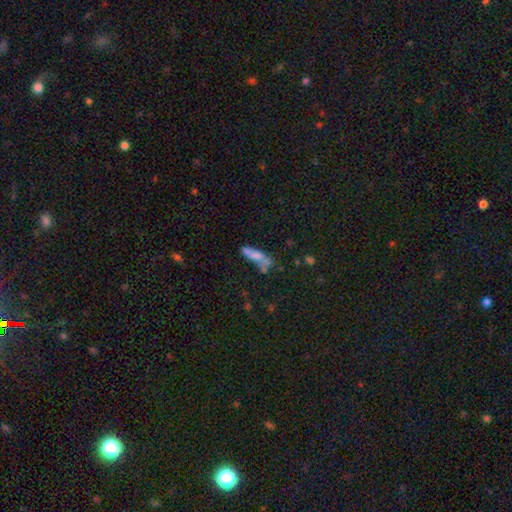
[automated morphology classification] This is possibly a smooth galaxy (58%). How rounded: possibly cigar-shaped (51%). Merging: marginally none (33%).